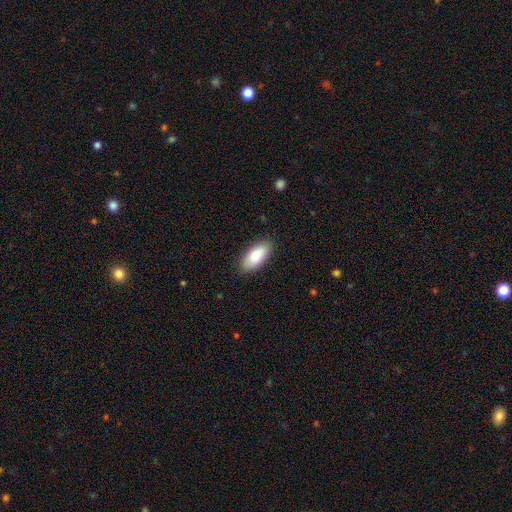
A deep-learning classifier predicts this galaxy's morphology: A smooth galaxy with no disk features (83%) that is in between round and cigar-shaped (87%).

Vote fractions:
- Smooth or featured? smooth: 83% / featured or disk: 11% / star or artifact: 6%
- How rounded? in between: 87% / cigar-shaped: 10% / round: 2%
- Merging? none: 85% / minor disturbance: 12% / major disturbance: 2% / merger: 1%